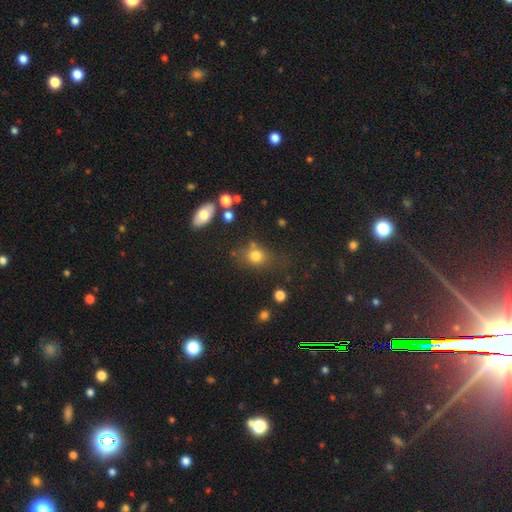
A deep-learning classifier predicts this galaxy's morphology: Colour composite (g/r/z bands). It shows a smooth galaxy with no disk features (77%) that is round (57%). Merging: none (64%).